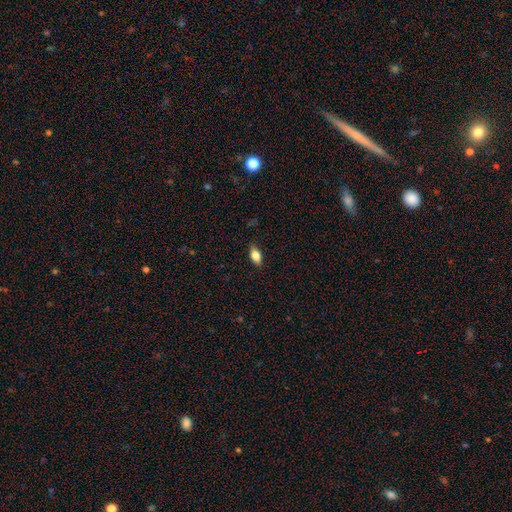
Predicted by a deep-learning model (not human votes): A smooth galaxy with no disk features (78%) that is in between round and cigar-shaped (86%).

Vote fractions:
- Smooth or featured? smooth: 78% / featured or disk: 14% / star or artifact: 8%
- How rounded? in between: 86% / cigar-shaped: 9% / round: 5%
- Merging? none: 86% / minor disturbance: 11% / major disturbance: 2% / merger: 1%